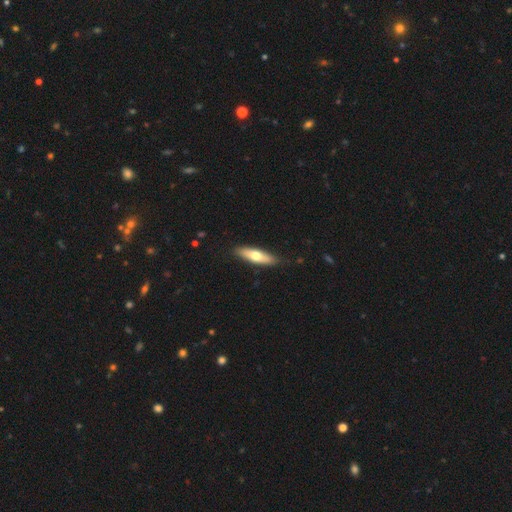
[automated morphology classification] Q: Smooth or featured?
A: smooth (60%); runner-up: featured or disk (35%)
Q: How rounded?
A: cigar-shaped (55%); runner-up: in between (43%)
Q: Merging?
A: none (86%); runner-up: minor disturbance (11%)